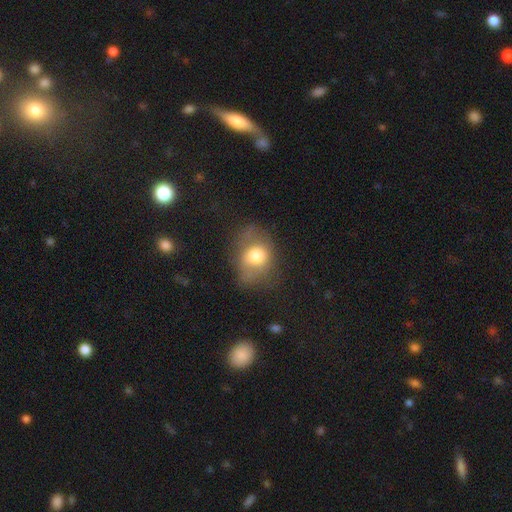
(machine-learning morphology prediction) smooth 67%, featured or disk 23%, star or artifact 10%. Down the decision tree: how rounded — in between (53%); merging — none (49%).